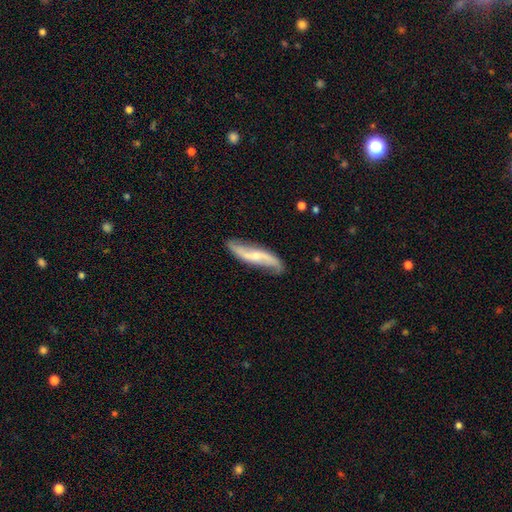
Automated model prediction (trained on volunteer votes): smooth_or_featured: featured or disk (p=0.78) [alt: smooth p=0.17]
disk_edge_on: no (p=0.81) [alt: yes p=0.19]
bar: no (p=0.40) [alt: weak p=0.36]
has_spiral_arms: yes (p=0.94) [alt: no p=0.06]
spiral_winding: loose (p=0.85) [alt: medium p=0.11]
spiral_arm_count: 2 (p=0.92) [alt: can't tell p=0.03]
bulge_size: small (p=0.61) [alt: moderate p=0.23]
merging: none (p=0.76) [alt: minor disturbance p=0.17]